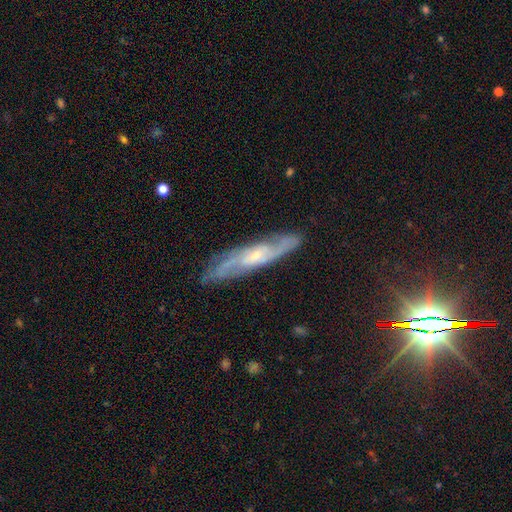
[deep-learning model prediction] smooth-or-featured: featured or disk: 79% | smooth: 13% | star or artifact: 8%
  disk-edge-on: no: 66% | yes: 34%
    bar: no: 56% | weak: 34% | strong: 10%
    has-spiral-arms: yes: 94% | no: 6%
    bulge-size: small: 66% | moderate: 29% | none: 3% | large: 1% | dominant: 1%
  merging: none: 80% | minor disturbance: 15% | major disturbance: 3% | merger: 1%